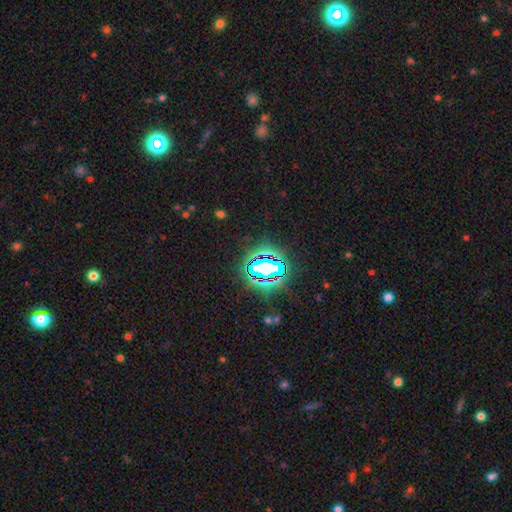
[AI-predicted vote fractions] smooth_or_featured: star or artifact (p=0.79) [alt: smooth p=0.13]